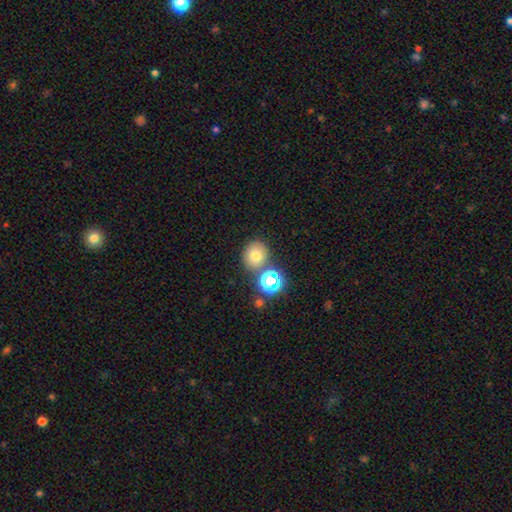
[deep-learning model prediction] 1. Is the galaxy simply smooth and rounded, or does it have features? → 71% smooth, 19% star or artifact, 10% featured or disk.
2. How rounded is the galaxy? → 80% round, 19% in between, 1% cigar-shaped.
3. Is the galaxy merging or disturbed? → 69% none, 18% merger, 10% minor disturbance, 3% major disturbance.